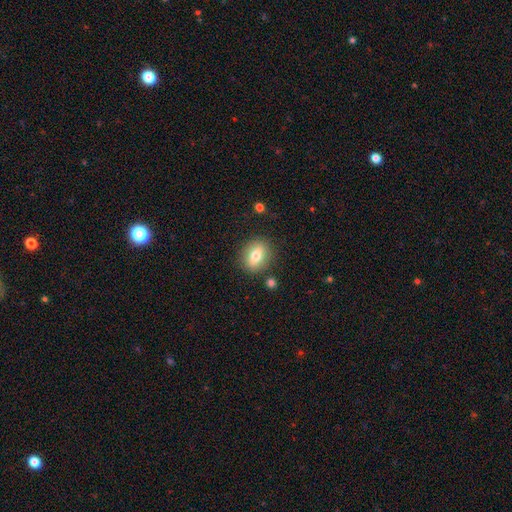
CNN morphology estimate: smooth-or-featured: smooth: 72% | featured or disk: 19% | star or artifact: 9%
  how-rounded: in between: 52% | round: 46% | cigar-shaped: 3%
  merging: none: 85% | minor disturbance: 9% | major disturbance: 3% | merger: 3%